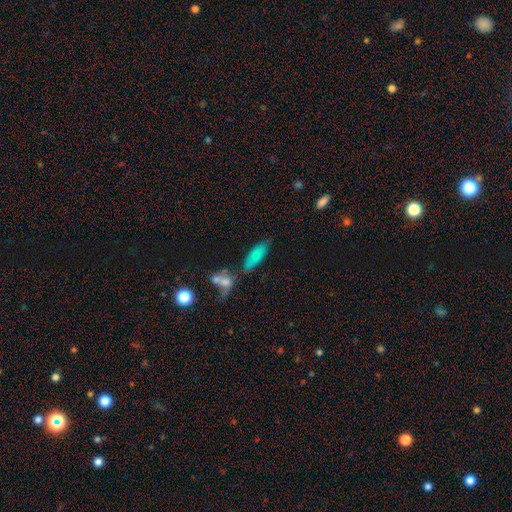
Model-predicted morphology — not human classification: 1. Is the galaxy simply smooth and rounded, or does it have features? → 76% smooth, 14% featured or disk, 9% star or artifact.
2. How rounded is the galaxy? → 67% in between, 30% cigar-shaped, 3% round.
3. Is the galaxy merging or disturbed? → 53% none, 23% merger, 17% minor disturbance, 7% major disturbance.